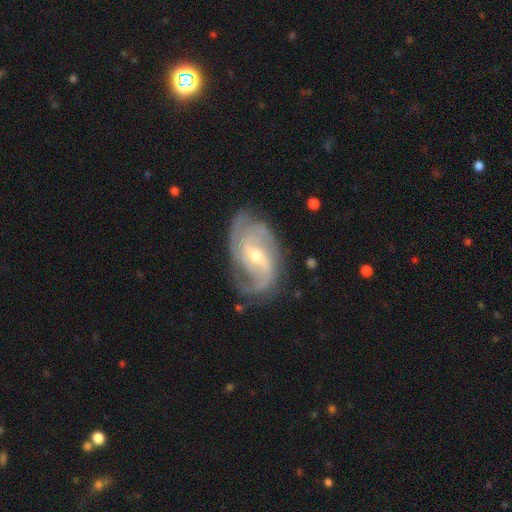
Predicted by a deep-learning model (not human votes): Smooth or featured? Predicted: featured or disk (p=0.90). Edge-on disk? Predicted: no (p=0.97). Bar? Predicted: weak (p=0.54). Spiral arms? Predicted: yes (p=0.97). Spiral winding? Predicted: medium (p=0.48). Spiral arm count? Predicted: 2 (p=0.47). Bulge size? Predicted: moderate (p=0.51). Merging? Predicted: none (p=0.71).